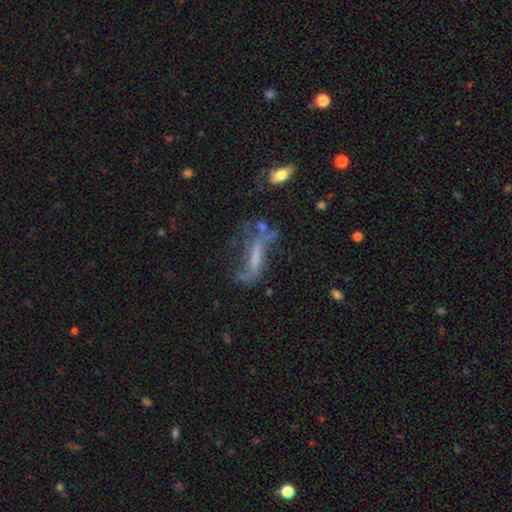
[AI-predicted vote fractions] This appears to be a featured or disk galaxy (58%). Merging: none (36%).